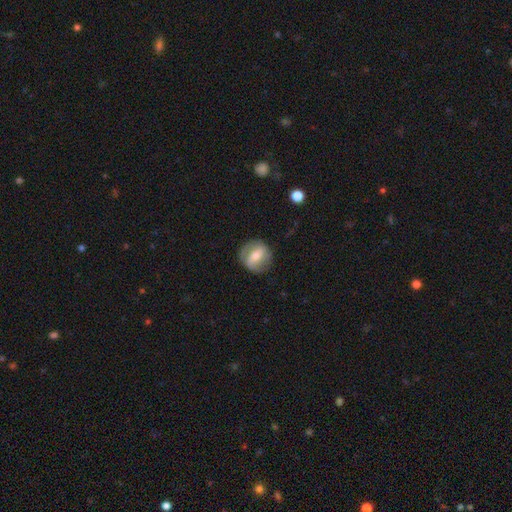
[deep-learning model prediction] This is possibly a featured or disk galaxy (51%). It is clearly not viewed edge-on (93%). Merging: likely none (79%).